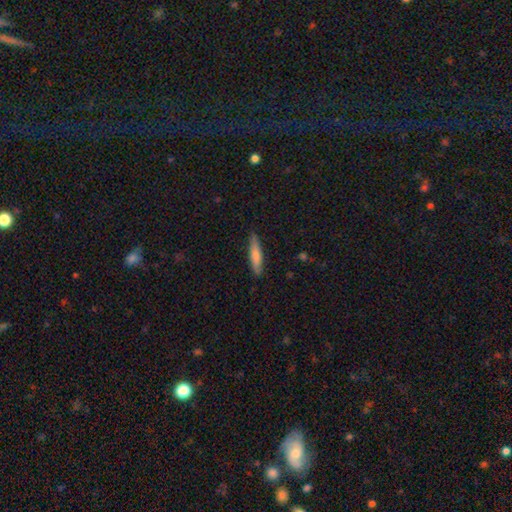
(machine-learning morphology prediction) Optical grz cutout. It shows a smooth galaxy with no disk features (76%) that is cigar-shaped (82%). Merging: none (86%).